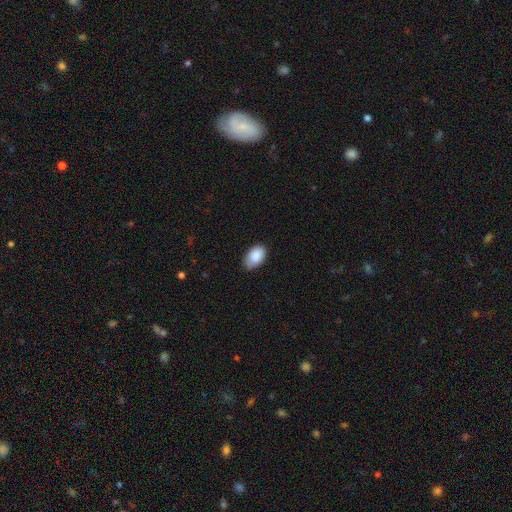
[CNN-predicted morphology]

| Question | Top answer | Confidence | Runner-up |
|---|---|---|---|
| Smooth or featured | smooth | 88% | star or artifact (7%) |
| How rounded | in between | 93% | round (6%) |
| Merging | none | 73% | minor disturbance (22%) |